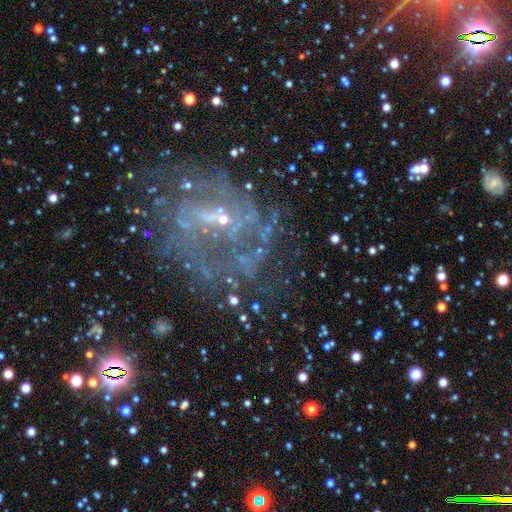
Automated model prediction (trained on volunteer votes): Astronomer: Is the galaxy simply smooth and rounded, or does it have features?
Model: featured or disk — 72%.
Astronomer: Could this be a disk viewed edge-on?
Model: no — 98%.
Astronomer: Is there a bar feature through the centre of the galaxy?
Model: no — 52% (runner-up: weak, 34%).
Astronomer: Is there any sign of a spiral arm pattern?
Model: yes — 60% (runner-up: no, 40%).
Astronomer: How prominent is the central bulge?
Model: small — 55%.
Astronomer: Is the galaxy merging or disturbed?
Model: none — 44% (runner-up: major disturbance, 30%).